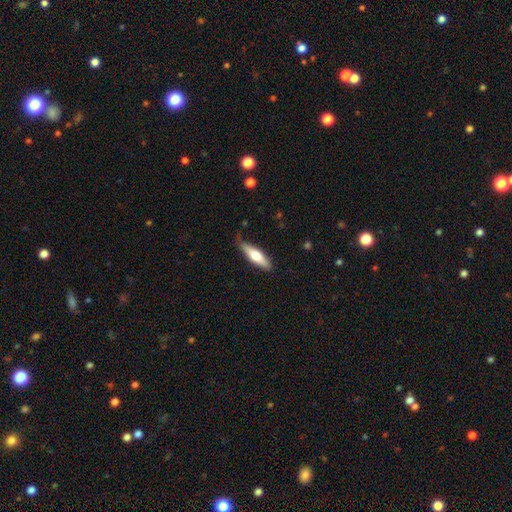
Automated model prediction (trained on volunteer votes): This appears to be a smooth galaxy with no disk features (57%) that is cigar-shaped (64%). Merging: none (73%).